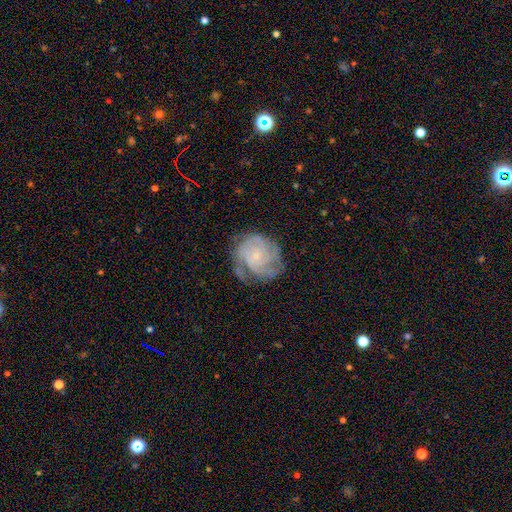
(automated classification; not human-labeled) A featured or disk galaxy (79%) with no bar (75%), tight (66%) spiral arms (94%) and a small central bulge (75%).

Vote fractions:
- Smooth or featured? featured or disk: 79% / smooth: 14% / star or artifact: 7%
- Edge-on disk? no: 98% / yes: 2%
- Bar? no: 75% / weak: 22% / strong: 3%
- Spiral arms? yes: 94% / no: 6%
- Spiral winding? tight: 66% / medium: 27% / loose: 6%
- Spiral arm count? can't tell: 32% / 3: 24% / 4: 17% / 2: 14% / more than 4: 7% / 1: 6%
- Bulge size? small: 75% / moderate: 14% / none: 9% / large: 1% / dominant: 1%
- Merging? none: 64% / minor disturbance: 23% / major disturbance: 12% / merger: 2%